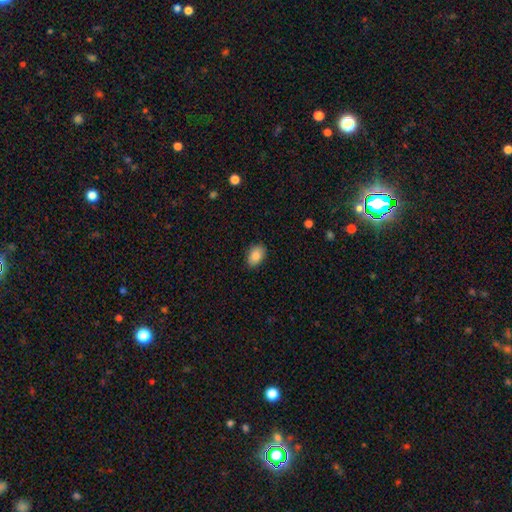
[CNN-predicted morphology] smooth-or-featured: smooth: 87% | star or artifact: 7% | featured or disk: 6%
  how-rounded: in between: 88% | round: 11% | cigar-shaped: 1%
  merging: none: 87% | minor disturbance: 10% | major disturbance: 2% | merger: 1%